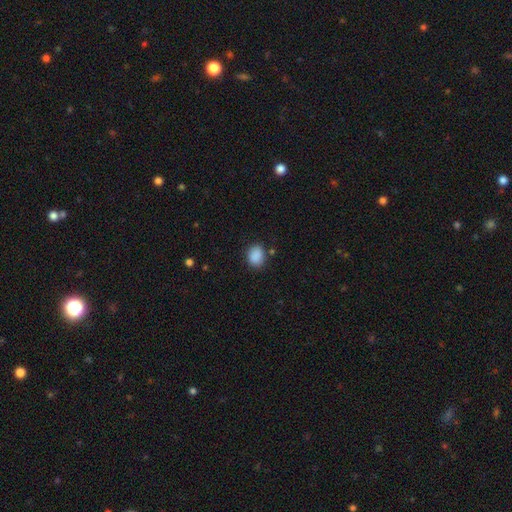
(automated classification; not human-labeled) smooth 88%, star or artifact 9%, featured or disk 3%. Down the decision tree: how rounded — in between (58%); merging — none (81%).